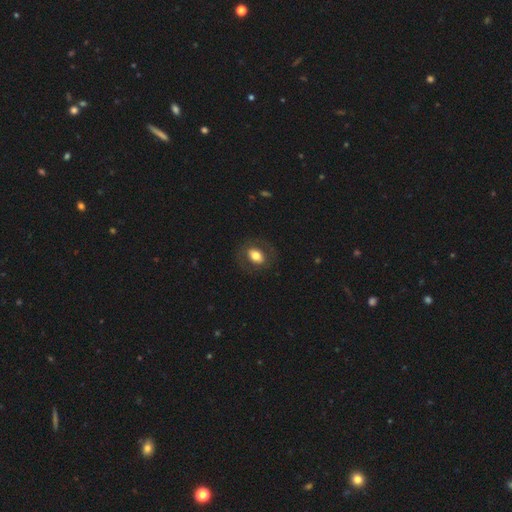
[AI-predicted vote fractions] Smooth or featured: smooth — 67% (featured or disk — 25%)
How rounded: in between — 71% (round — 28%)
Merging: none — 81% (minor disturbance — 11%)